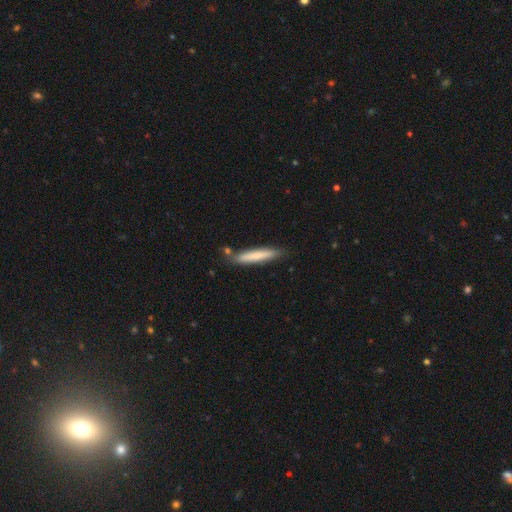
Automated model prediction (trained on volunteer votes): Smooth or featured: smooth — 75% (featured or disk — 20%)
How rounded: cigar-shaped — 93% (in between — 5%)
Merging: none — 82% (minor disturbance — 12%)